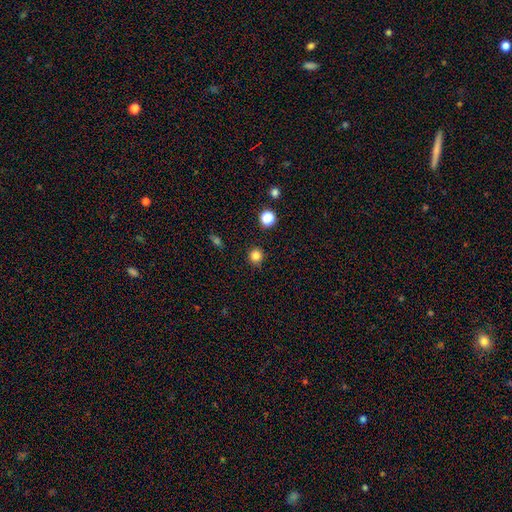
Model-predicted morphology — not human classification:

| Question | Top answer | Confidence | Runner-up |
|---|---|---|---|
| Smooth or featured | smooth | 83% | star or artifact (13%) |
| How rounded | round | 94% | in between (5%) |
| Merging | none | 90% | minor disturbance (6%) |